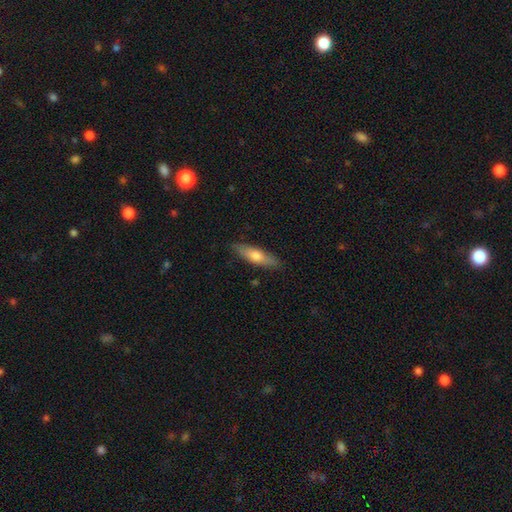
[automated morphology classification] Q: Smooth or featured?
A: smooth (63%); runner-up: featured or disk (32%)
Q: How rounded?
A: cigar-shaped (64%); runner-up: in between (34%)
Q: Merging?
A: none (85%); runner-up: minor disturbance (11%)